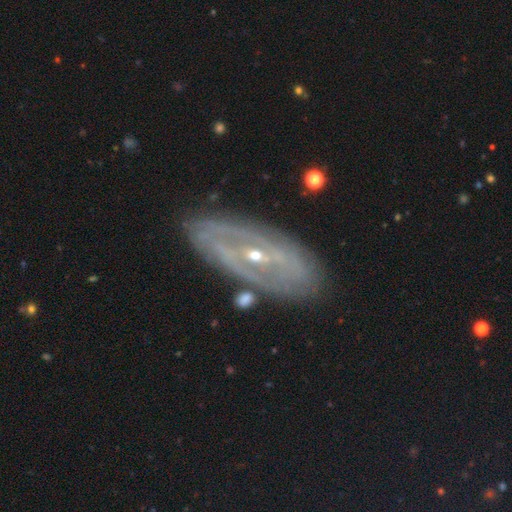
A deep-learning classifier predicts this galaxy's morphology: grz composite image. It shows a featured or disk galaxy (83%) with a weak bar (37%), 2 (52%) tight (54%) spiral arms (75%) and a small central bulge (68%). Merging: none (79%).